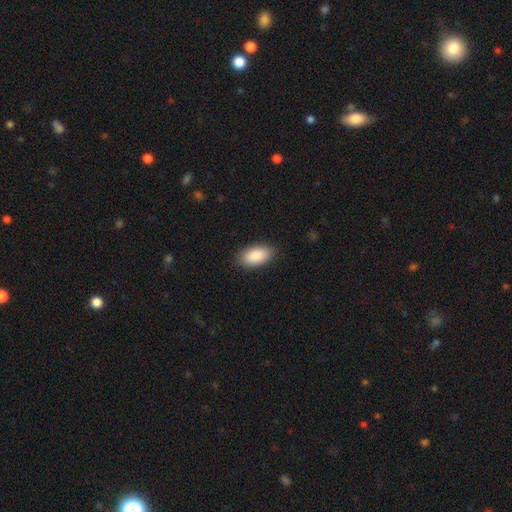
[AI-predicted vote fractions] smooth-or-featured: smooth: 88% | star or artifact: 6% | featured or disk: 6%
  how-rounded: in between: 94% | cigar-shaped: 3% | round: 3%
  merging: none: 87% | minor disturbance: 9% | major disturbance: 2% | merger: 1%